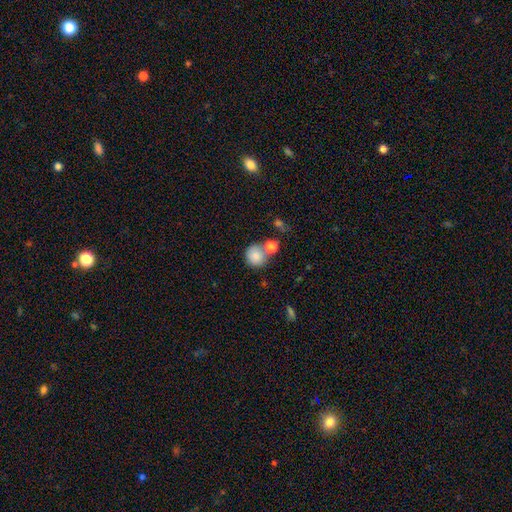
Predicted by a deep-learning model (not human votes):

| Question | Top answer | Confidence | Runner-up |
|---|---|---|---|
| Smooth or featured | smooth | 84% | star or artifact (9%) |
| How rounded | round | 89% | in between (10%) |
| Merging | none | 57% | merger (27%) |